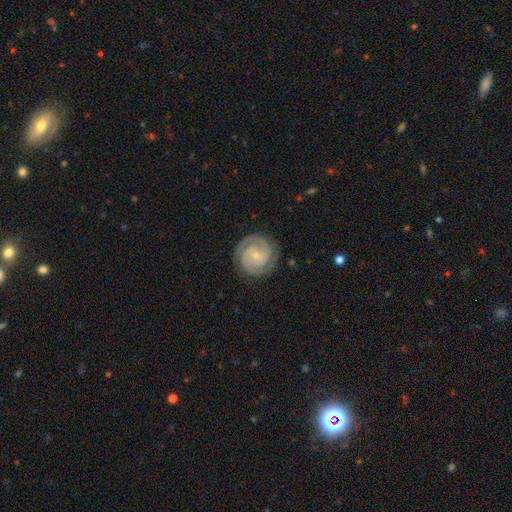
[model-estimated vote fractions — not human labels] Smooth or featured? featured or disk (82%)
Edge-on disk? no (98%)
Bar? no (52%)
Spiral arms? yes (96%)
Spiral winding? tight (68%)
Spiral arm count? 2 (67%)
Bulge size? small (77%)
Merging? none (84%)